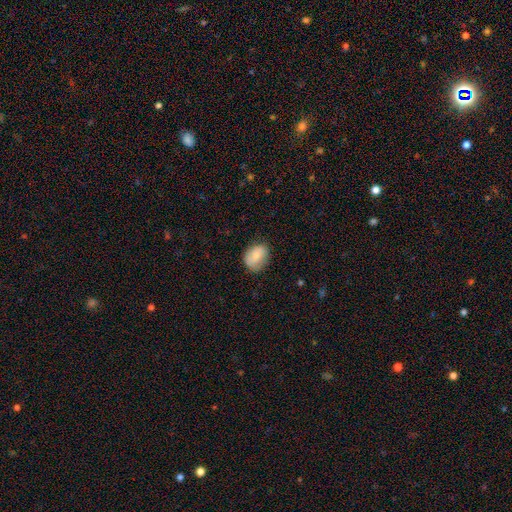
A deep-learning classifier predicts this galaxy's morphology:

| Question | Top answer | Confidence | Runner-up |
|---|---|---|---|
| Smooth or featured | smooth | 77% | featured or disk (16%) |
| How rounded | in between | 65% | round (34%) |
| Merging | none | 74% | minor disturbance (20%) |